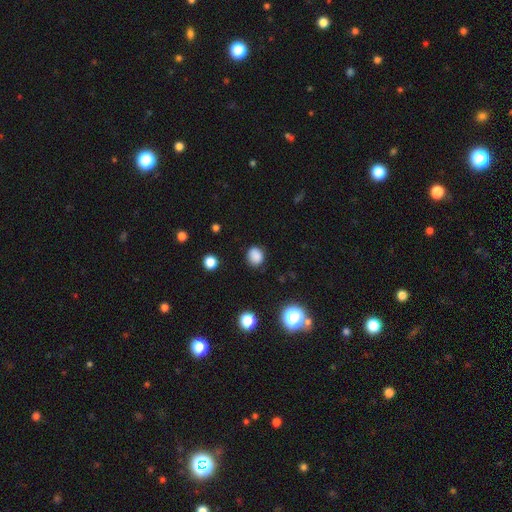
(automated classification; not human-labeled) Smooth or featured: smooth — 84% (star or artifact — 13%)
How rounded: round — 73% (in between — 26%)
Merging: none — 85% (minor disturbance — 11%)